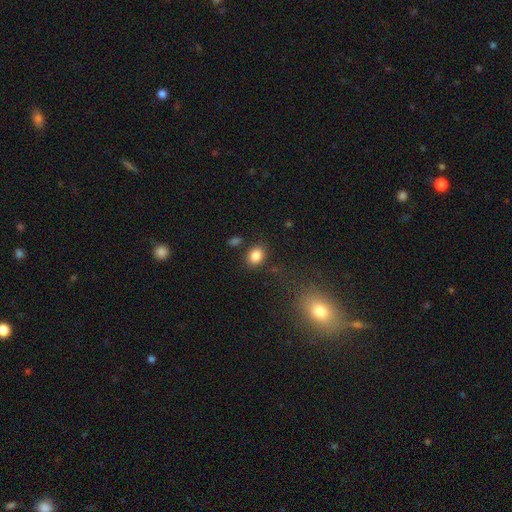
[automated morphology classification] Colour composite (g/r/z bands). It shows a smooth galaxy with no disk features (85%) that is in between round and cigar-shaped (60%). Merging: none (81%).